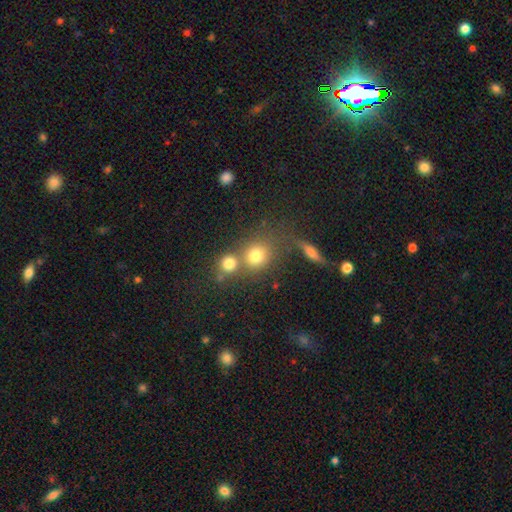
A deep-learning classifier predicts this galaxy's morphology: smooth 75%, star or artifact 14%, featured or disk 11%. Down the decision tree: how rounded — round (79%); merging — none (48%).